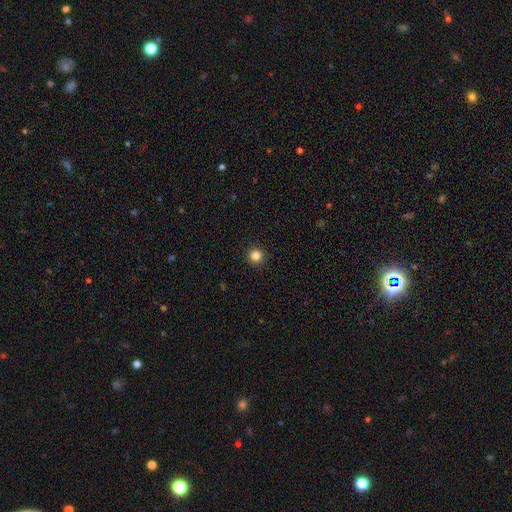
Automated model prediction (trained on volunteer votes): Q: Smooth or featured?
A: smooth (84%); runner-up: star or artifact (12%)
Q: How rounded?
A: round (96%); runner-up: in between (3%)
Q: Merging?
A: none (93%); runner-up: minor disturbance (4%)